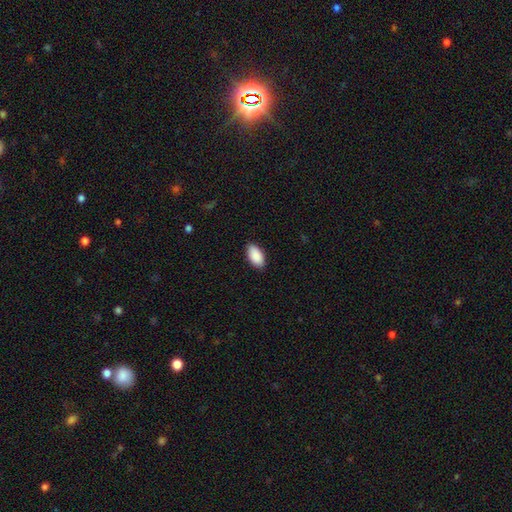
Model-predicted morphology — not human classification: smooth-or-featured: smooth: 91% | star or artifact: 6% | featured or disk: 3%
  how-rounded: in between: 95% | cigar-shaped: 3% | round: 2%
  merging: none: 88% | minor disturbance: 9% | major disturbance: 2% | merger: 1%